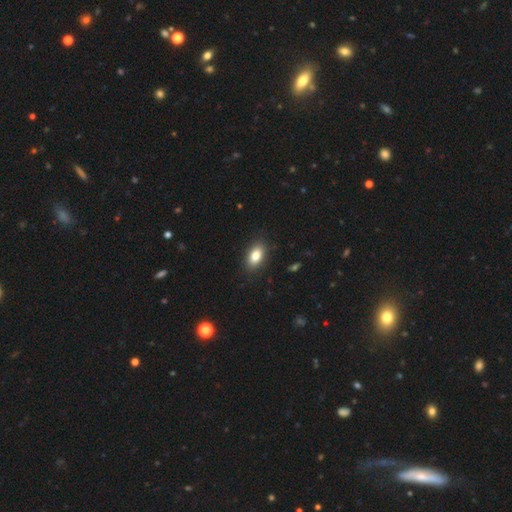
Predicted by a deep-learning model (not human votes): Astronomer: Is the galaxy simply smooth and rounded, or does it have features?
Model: smooth — 81%.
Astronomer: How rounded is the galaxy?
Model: in between — 89%.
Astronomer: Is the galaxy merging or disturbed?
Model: none — 88%.